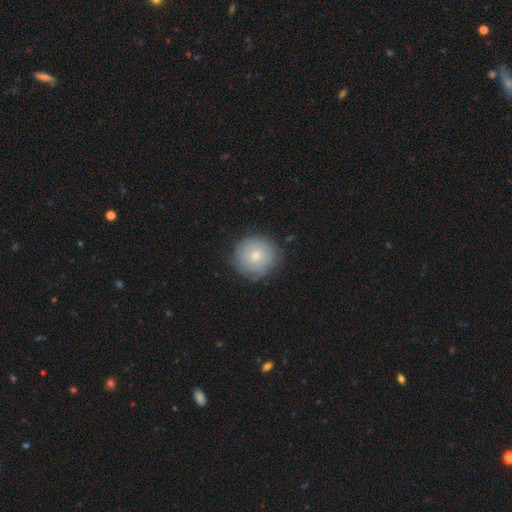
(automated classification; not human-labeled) This appears to be a smooth galaxy with no disk features (70%) that is round (93%). Merging: none (84%).